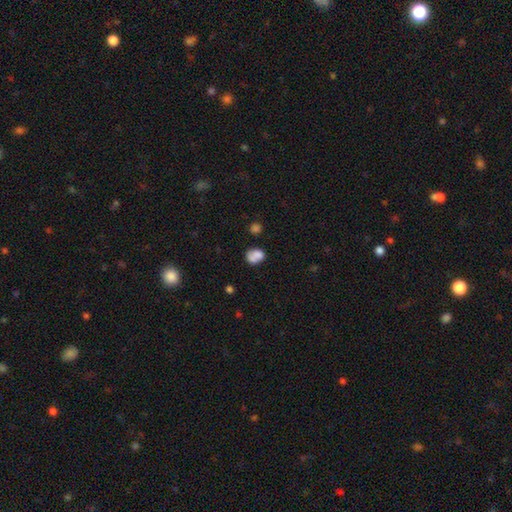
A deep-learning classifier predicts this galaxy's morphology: This is likely a smooth galaxy (75%). How rounded: possibly in between (53%). Merging: marginally merger (38%).